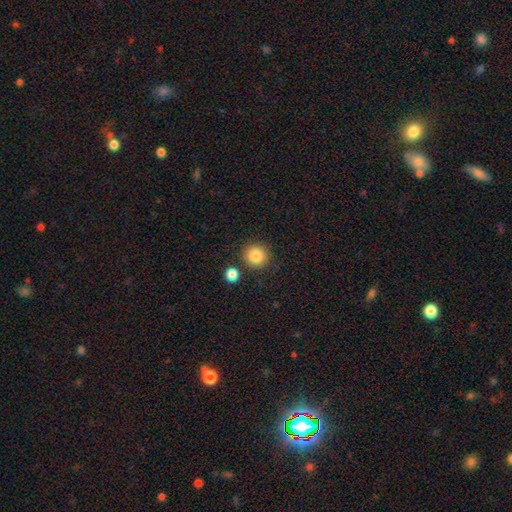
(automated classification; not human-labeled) This is clearly a smooth galaxy (86%). How rounded: clearly round (93%). Merging: clearly none (84%).